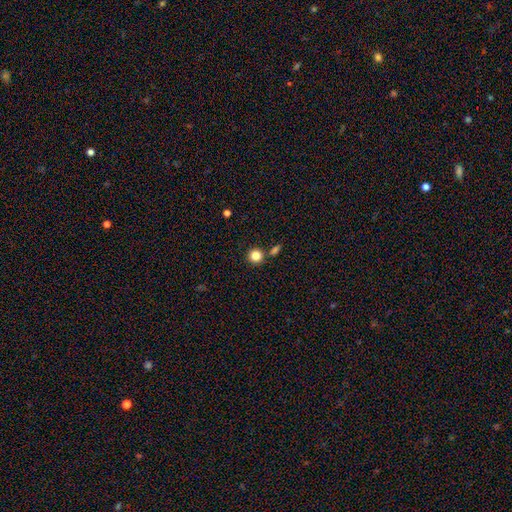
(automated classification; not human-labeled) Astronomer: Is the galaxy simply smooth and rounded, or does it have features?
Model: smooth — 84%.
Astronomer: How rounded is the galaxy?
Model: round — 93%.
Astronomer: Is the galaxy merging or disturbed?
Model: none — 79%.